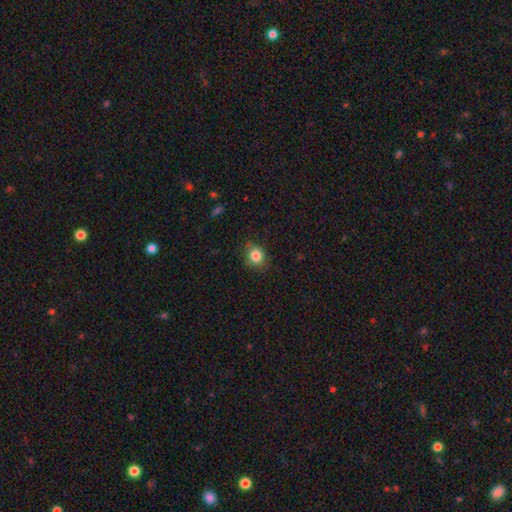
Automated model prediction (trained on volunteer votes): Overall: smooth (84%). How rounded: round (72%). Merging: none (81%).